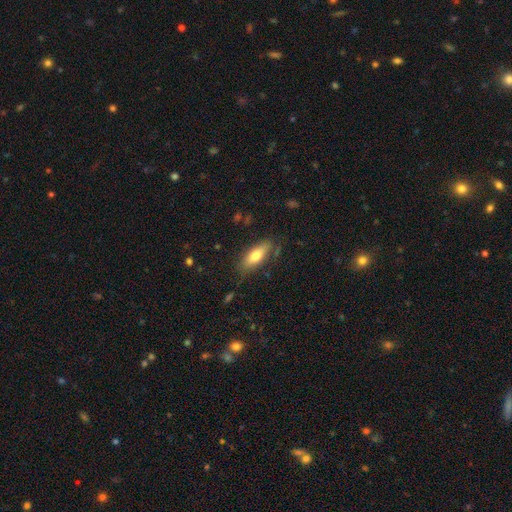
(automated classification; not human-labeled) Smooth or featured?
  - smooth: 72% *
  - featured or disk: 22%
  - star or artifact: 7%
How rounded?
  - in between: 72% *
  - cigar-shaped: 25%
  - round: 3%
Merging?
  - none: 76% *
  - minor disturbance: 18%
  - major disturbance: 5%
  - merger: 2%